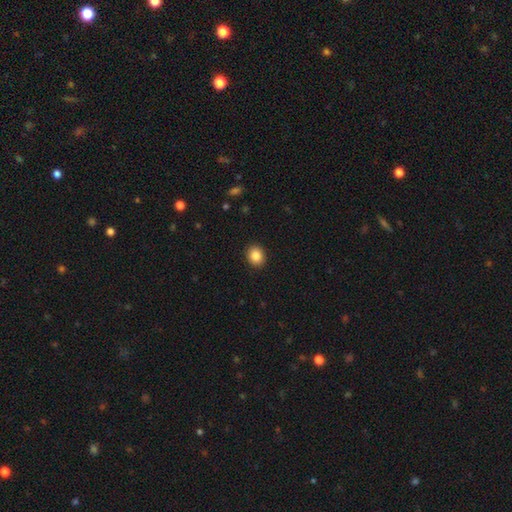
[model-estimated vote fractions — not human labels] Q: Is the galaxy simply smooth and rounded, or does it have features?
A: smooth — 87%.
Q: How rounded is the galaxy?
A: round — 62%.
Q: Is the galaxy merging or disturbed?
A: none — 91%.